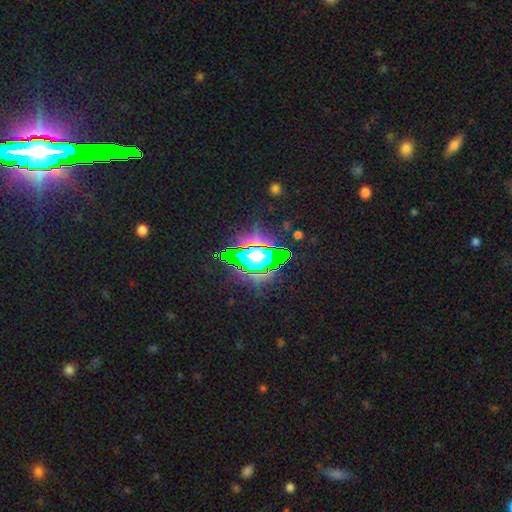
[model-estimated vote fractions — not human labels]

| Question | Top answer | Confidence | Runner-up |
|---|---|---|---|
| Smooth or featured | star or artifact | 63% | smooth (23%) |